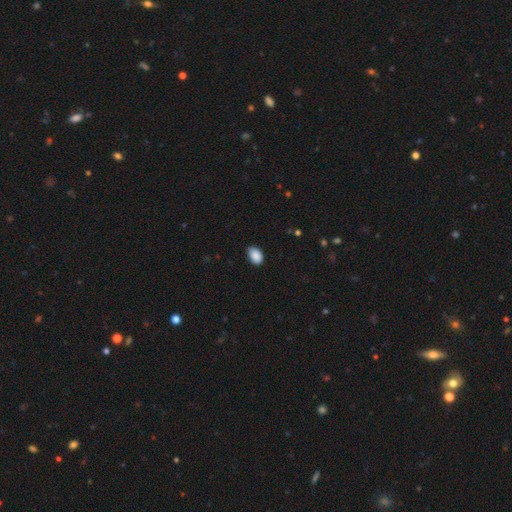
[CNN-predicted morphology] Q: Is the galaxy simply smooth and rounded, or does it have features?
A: smooth — 90%.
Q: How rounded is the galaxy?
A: in between — 90%.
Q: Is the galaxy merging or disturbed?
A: none — 81%.